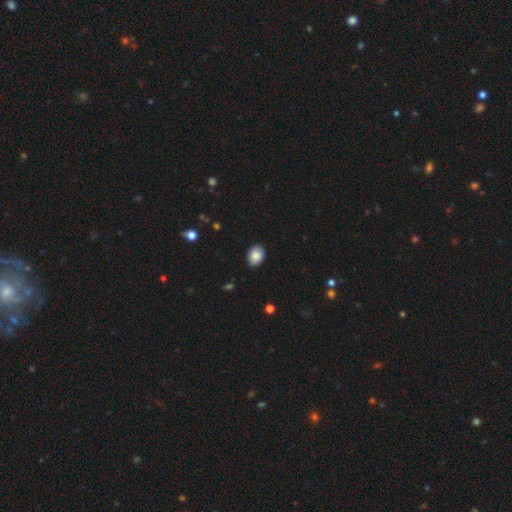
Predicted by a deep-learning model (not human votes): smooth-or-featured: smooth: 87% | star or artifact: 8% | featured or disk: 5%
  how-rounded: in between: 71% | round: 28% | cigar-shaped: 1%
  merging: none: 89% | minor disturbance: 8% | major disturbance: 2% | merger: 1%